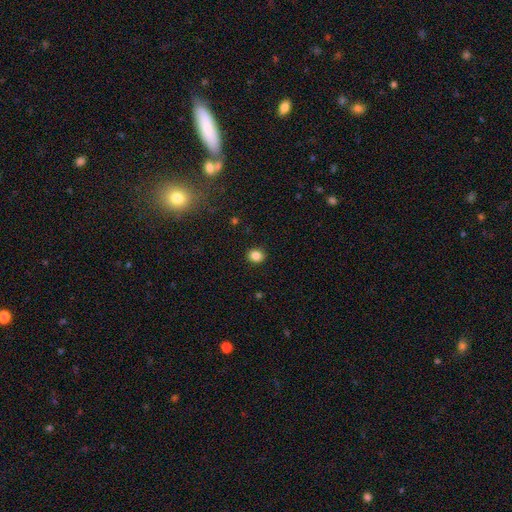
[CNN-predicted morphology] Smooth or featured?
  - smooth: 85% *
  - star or artifact: 11%
  - featured or disk: 4%
How rounded?
  - round: 71% *
  - in between: 28%
  - cigar-shaped: 1%
Merging?
  - none: 91% *
  - minor disturbance: 6%
  - major disturbance: 2%
  - merger: 1%